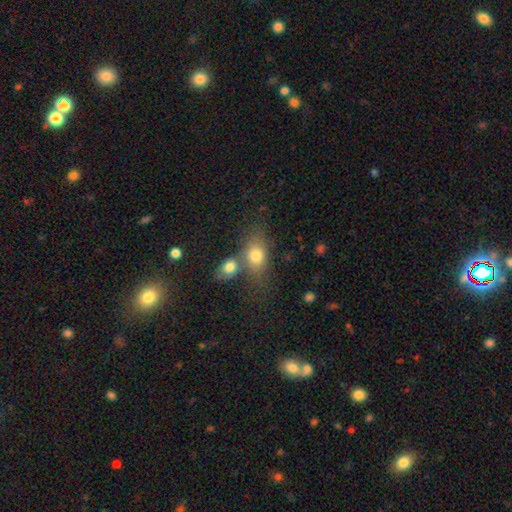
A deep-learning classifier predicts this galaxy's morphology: This appears to be a smooth galaxy with no disk features (76%) that is in between round and cigar-shaped (72%). Merging: merger (43%).